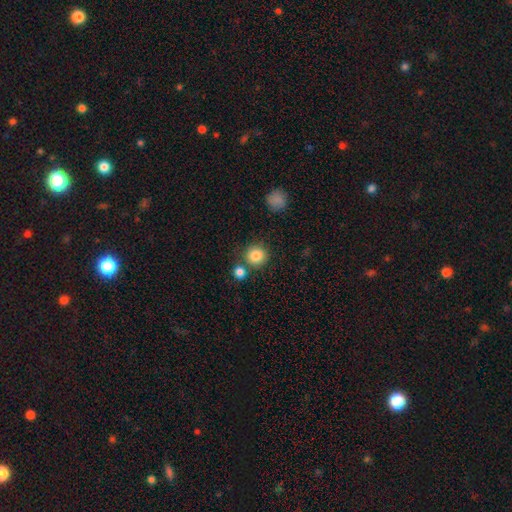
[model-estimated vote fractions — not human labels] Smooth or featured? smooth (84%)
How rounded? round (92%)
Merging? none (75%)